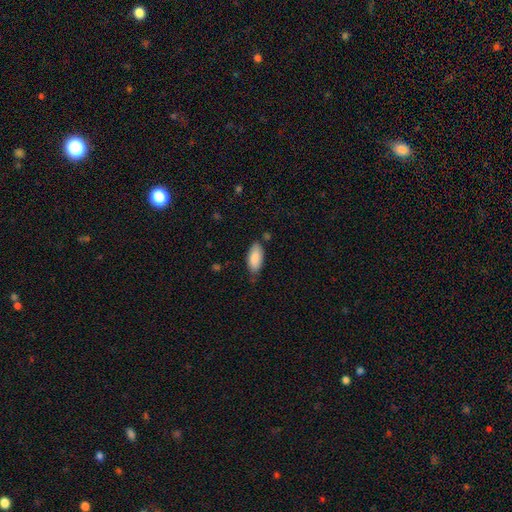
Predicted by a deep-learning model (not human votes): This is clearly a smooth galaxy (87%). How rounded: clearly in between (89%). Merging: likely none (75%).